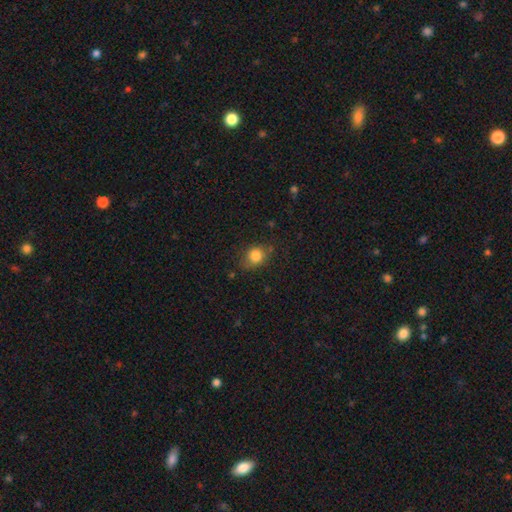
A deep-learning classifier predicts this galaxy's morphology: Smooth or featured? Predicted: smooth (p=0.83). How rounded? Predicted: round (p=0.62). Merging? Predicted: none (p=0.70).